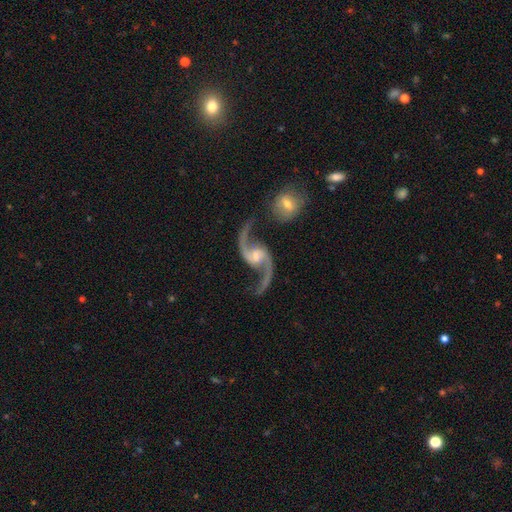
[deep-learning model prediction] smooth-or-featured: featured or disk: 94% | star or artifact: 4% | smooth: 3%
  disk-edge-on: no: 98% | yes: 2%
    bar: weak: 49% | no: 35% | strong: 16%
    has-spiral-arms: yes: 98% | no: 2%
      spiral-winding: loose: 84% | medium: 13% | tight: 3%
      spiral-arm-count: 2: 95% | 1: 1% | can't tell: 1% | 3: 1% | 4: 1% | more than 4: 1%
    bulge-size: small: 46% | moderate: 41% | none: 7% | large: 4% | dominant: 2%
  merging: none: 69% | minor disturbance: 13% | merger: 9% | major disturbance: 8%